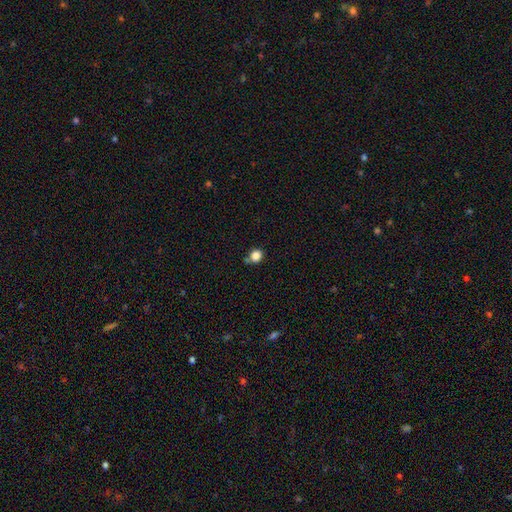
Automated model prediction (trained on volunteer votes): smooth_or_featured: smooth (p=0.84) [alt: star or artifact p=0.12]
how_rounded: round (p=0.78) [alt: in between p=0.21]
merging: none (p=0.67) [alt: minor disturbance p=0.15]